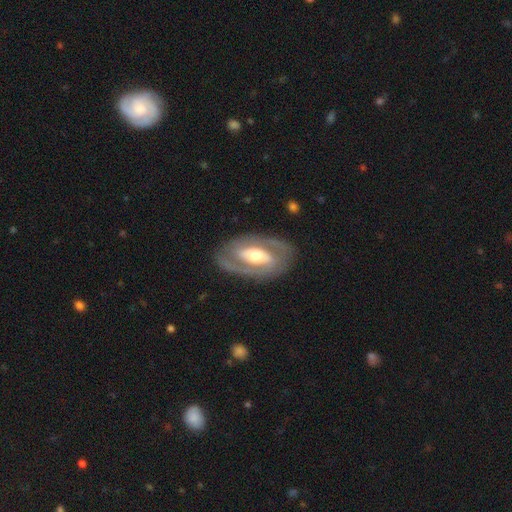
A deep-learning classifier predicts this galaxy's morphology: A featured or disk galaxy (80%) with a strong bar (42%), 2 (83%) tight (45%) spiral arms (74%) and a moderate central bulge (63%).

Vote fractions:
- Smooth or featured? featured or disk: 80% / smooth: 16% / star or artifact: 4%
- Edge-on disk? no: 93% / yes: 7%
- Bar? strong: 42% / weak: 30% / no: 28%
- Spiral arms? yes: 74% / no: 26%
- Spiral winding? tight: 45% / medium: 41% / loose: 14%
- Spiral arm count? 2: 83% / can't tell: 9% / 1: 4% / 3: 2% / 4: 1% / more than 4: 1%
- Bulge size? moderate: 63% / large: 17% / small: 16% / dominant: 2% / none: 1%
- Merging? none: 82% / minor disturbance: 11% / major disturbance: 5% / merger: 1%